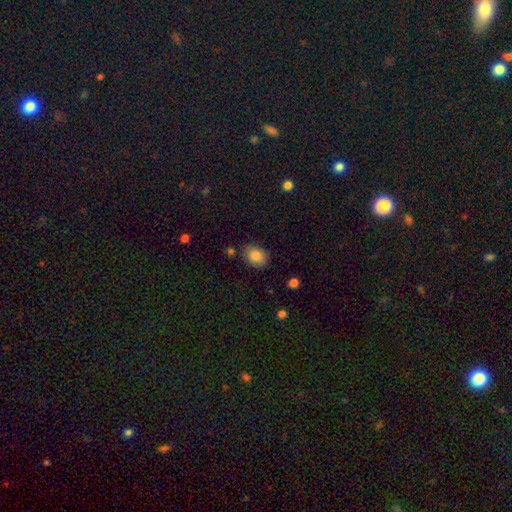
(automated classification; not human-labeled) Smooth or featured? smooth (86%)
How rounded? in between (74%)
Merging? none (82%)